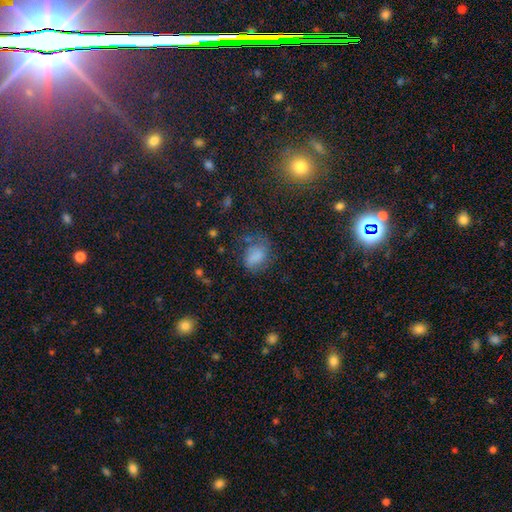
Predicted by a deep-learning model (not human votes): The model was most divided on "merging": none: 46%, minor disturbance: 26%, major disturbance: 24%, merger: 4%. More confident: how rounded — in between (73%); smooth or featured — smooth (69%).